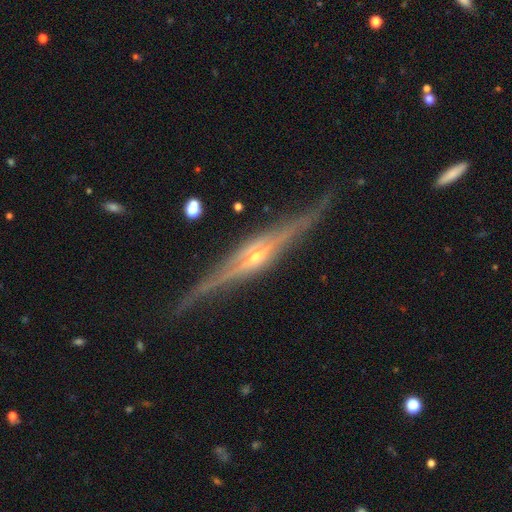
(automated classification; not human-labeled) Smooth or featured? featured or disk (89%)
Edge-on disk? yes (97%)
Edge-on bulge? rounded (85%)
Merging? none (83%)